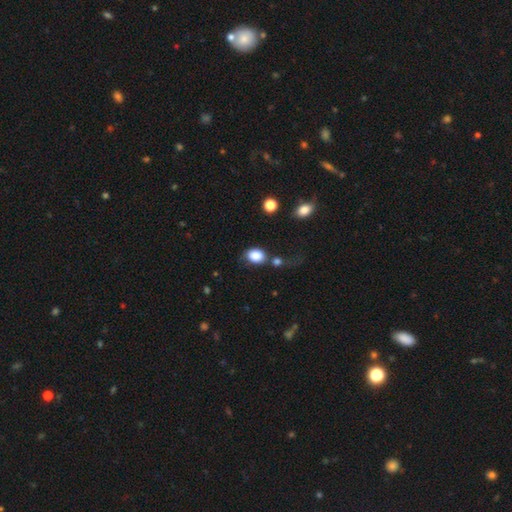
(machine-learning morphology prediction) smooth 86%, star or artifact 8%, featured or disk 6%. Down the decision tree: how rounded — in between (66%); merging — none (57%).